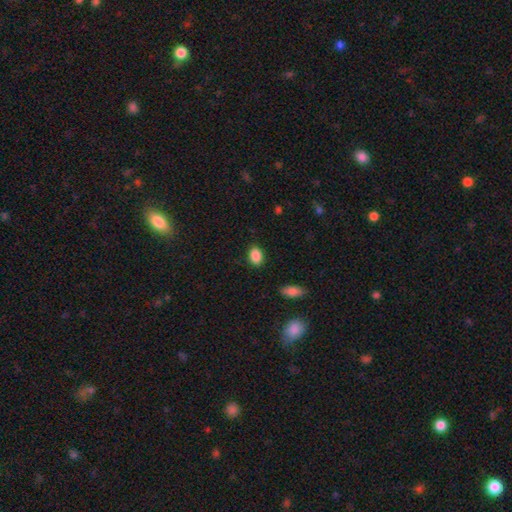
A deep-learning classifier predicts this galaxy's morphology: smooth-or-featured: smooth: 88% | star or artifact: 8% | featured or disk: 3%
  how-rounded: in between: 81% | round: 17% | cigar-shaped: 1%
  merging: none: 86% | minor disturbance: 11% | major disturbance: 3% | merger: 1%